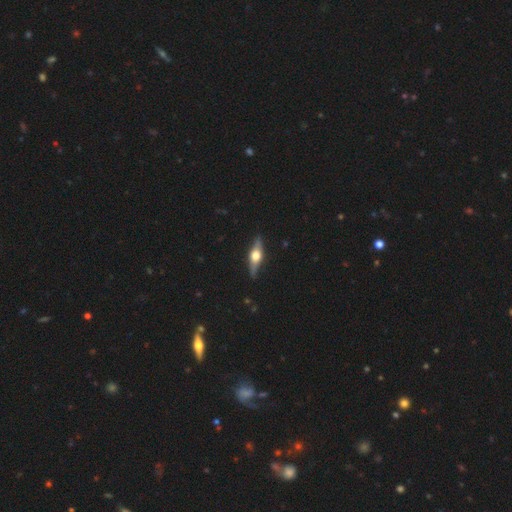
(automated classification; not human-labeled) Overall: featured or disk (69%). Edge-on disk: yes (94%). Edge-on bulge: rounded (95%). Merging: none (88%).